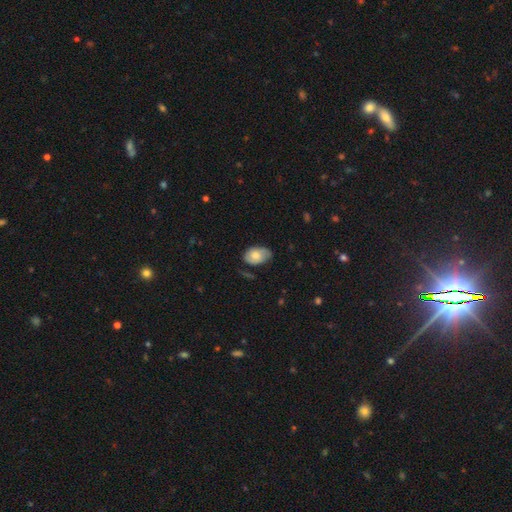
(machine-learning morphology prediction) type=smooth (60%); roundness=in between (87%); merging=none (62%).